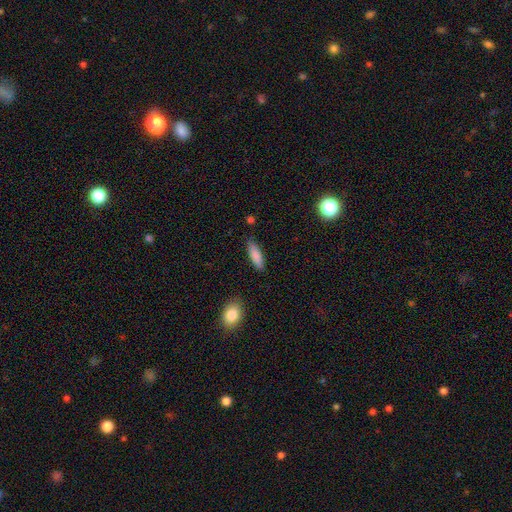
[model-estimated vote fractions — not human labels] A smooth galaxy with no disk features (85%) that is in between round and cigar-shaped (49%, tied with cigar-shaped).

Vote fractions:
- Smooth or featured? smooth: 85% / featured or disk: 8% / star or artifact: 6%
- How rounded? in between: 49% (tied) / cigar-shaped: 49% (tied) / round: 2%
- Merging? none: 84% / minor disturbance: 11% / major disturbance: 2% / merger: 2%